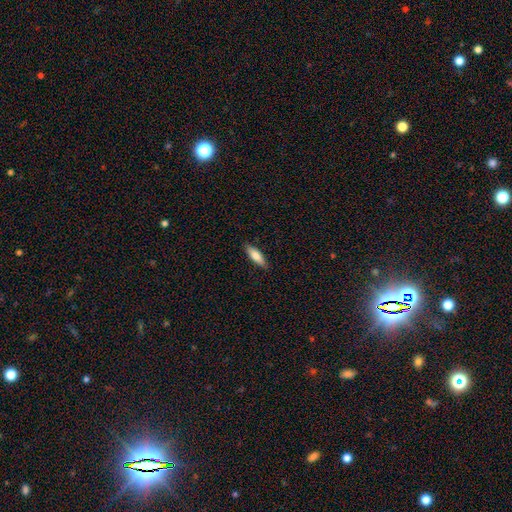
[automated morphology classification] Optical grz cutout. It shows a smooth galaxy with no disk features (76%) that is cigar-shaped (50%). Merging: none (87%).